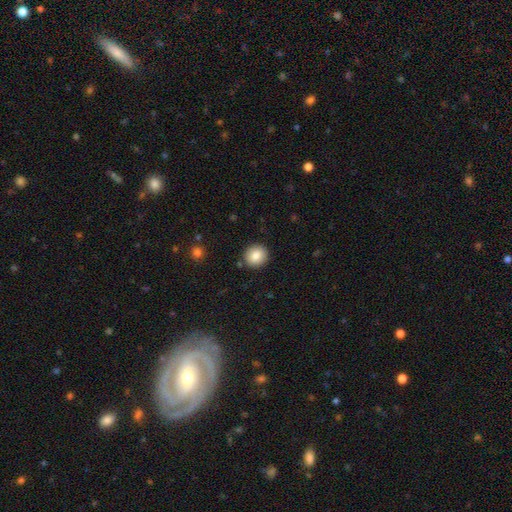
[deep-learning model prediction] smooth-or-featured: smooth: 83% | star or artifact: 9% | featured or disk: 8%
  how-rounded: round: 87% | in between: 12% | cigar-shaped: 1%
  merging: none: 89% | minor disturbance: 7% | major disturbance: 2% | merger: 2%